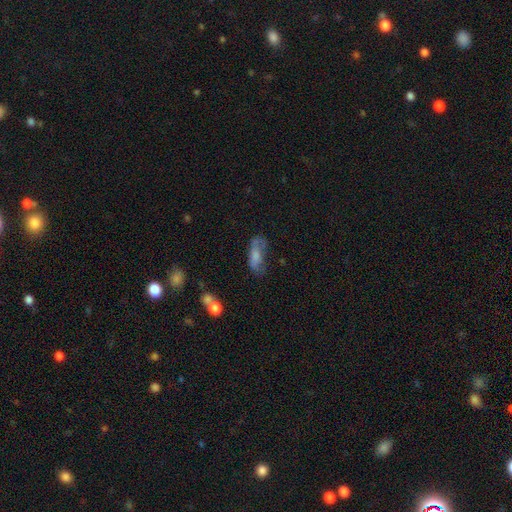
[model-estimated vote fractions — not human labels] Q: Smooth or featured?
A: smooth (62%); runner-up: featured or disk (29%)
Q: How rounded?
A: in between (75%); runner-up: cigar-shaped (22%)
Q: Merging?
A: none (45%); runner-up: minor disturbance (29%)